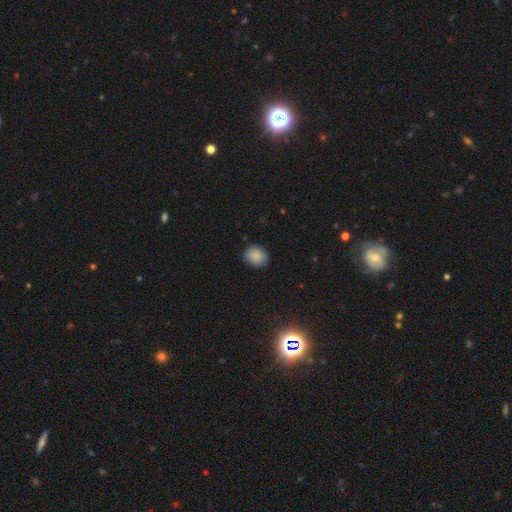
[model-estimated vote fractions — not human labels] Overall: smooth (87%). How rounded: round (67%; in between 32%). Merging: none (85%).